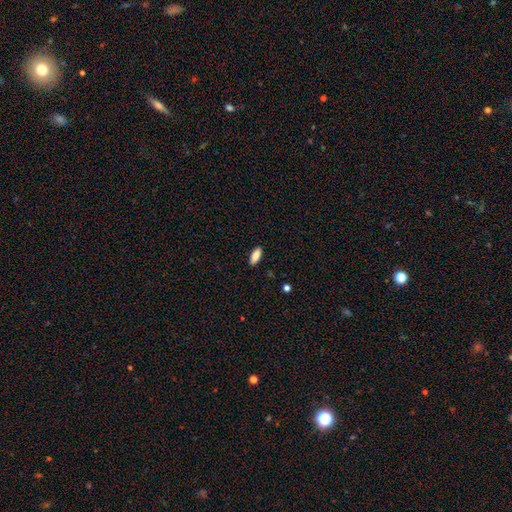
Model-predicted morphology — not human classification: Smooth or featured?
  - smooth: 88% *
  - star or artifact: 7%
  - featured or disk: 5%
How rounded?
  - in between: 75% *
  - cigar-shaped: 23%
  - round: 2%
Merging?
  - none: 88% *
  - minor disturbance: 9%
  - major disturbance: 2%
  - merger: 1%